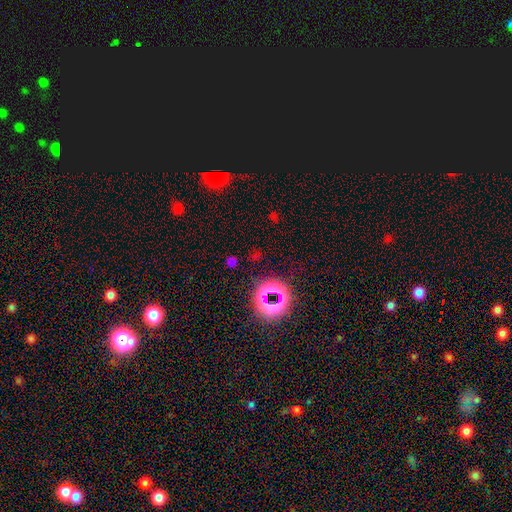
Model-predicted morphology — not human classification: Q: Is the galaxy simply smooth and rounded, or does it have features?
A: star or artifact — 60%.